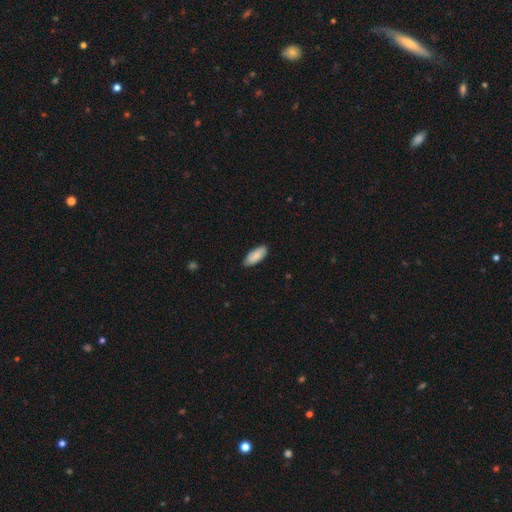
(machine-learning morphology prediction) Overall: smooth (84%). How rounded: in between (86%). Merging: none (82%).